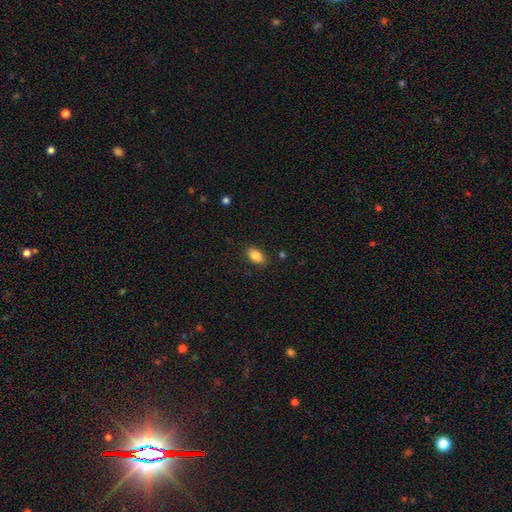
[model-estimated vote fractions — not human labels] Q: Smooth or featured?
A: smooth (85%); runner-up: star or artifact (8%)
Q: How rounded?
A: in between (89%); runner-up: round (8%)
Q: Merging?
A: none (87%); runner-up: minor disturbance (10%)